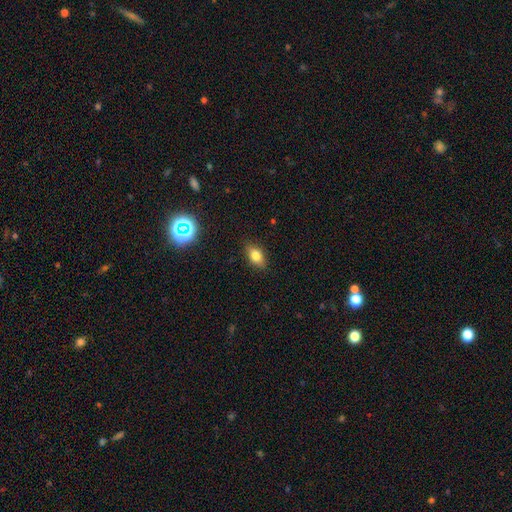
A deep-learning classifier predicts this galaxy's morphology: smooth_or_featured: smooth (p=0.74) [alt: featured or disk p=0.14]
how_rounded: in between (p=0.78) [alt: round p=0.16]
merging: none (p=0.85) [alt: minor disturbance p=0.11]